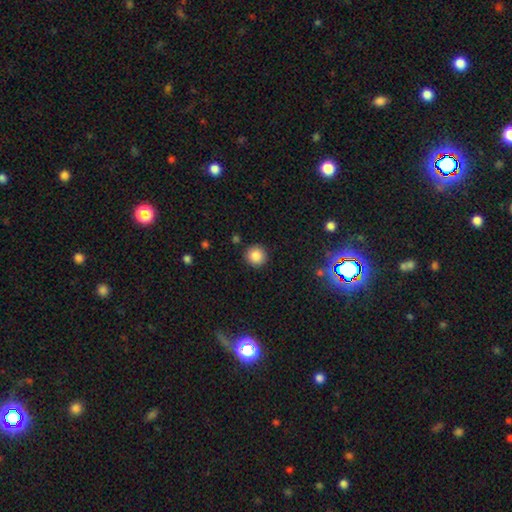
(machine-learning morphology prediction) Smooth or featured? Predicted: smooth (p=0.86). How rounded? Predicted: round (p=0.95). Merging? Predicted: none (p=0.90).